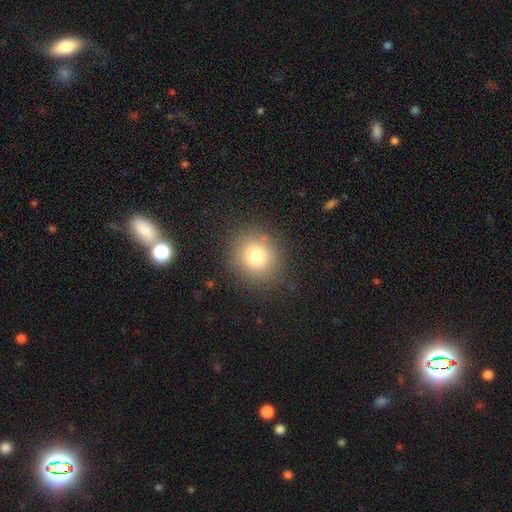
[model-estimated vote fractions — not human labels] Smooth or featured? Predicted: smooth (p=0.76). How rounded? Predicted: round (p=0.81). Merging? Predicted: none (p=0.86).